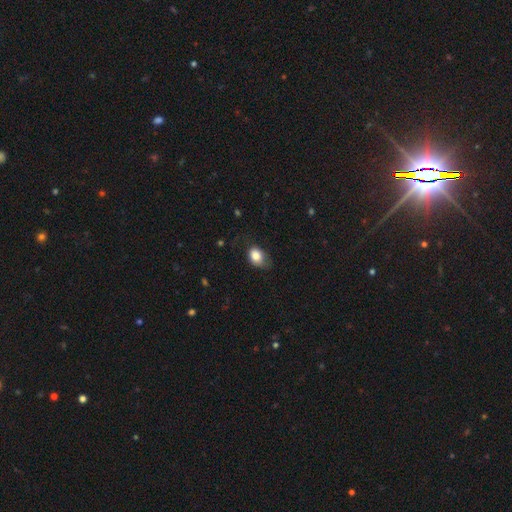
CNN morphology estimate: smooth 83%, featured or disk 9%, star or artifact 8%. Down the decision tree: how rounded — in between (73%); merging — none (54%).